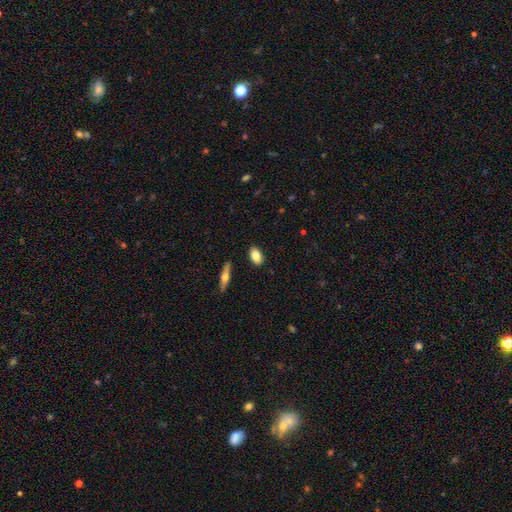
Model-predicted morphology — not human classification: This is clearly a smooth galaxy (81%). How rounded: clearly in between (88%). Merging: clearly none (88%).